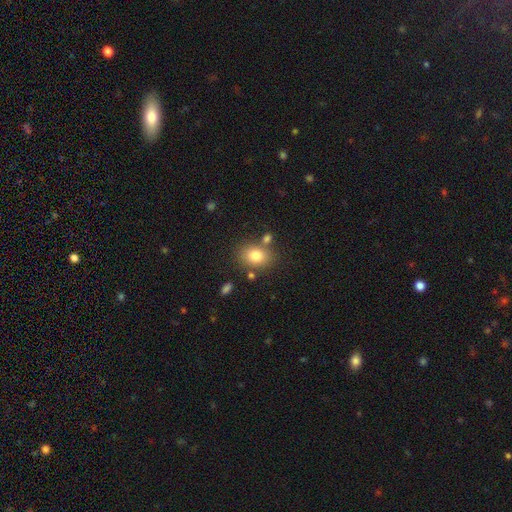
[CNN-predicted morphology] This is likely a smooth galaxy (79%). How rounded: possibly in between (60%). Merging: likely none (72%).